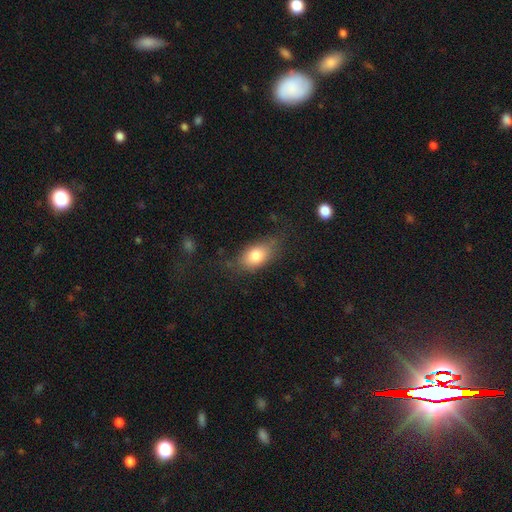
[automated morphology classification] The model was most divided on "merging": none: 66%, minor disturbance: 23%, major disturbance: 9%, merger: 2%. More confident: how rounded — in between (84%); smooth or featured — smooth (78%).